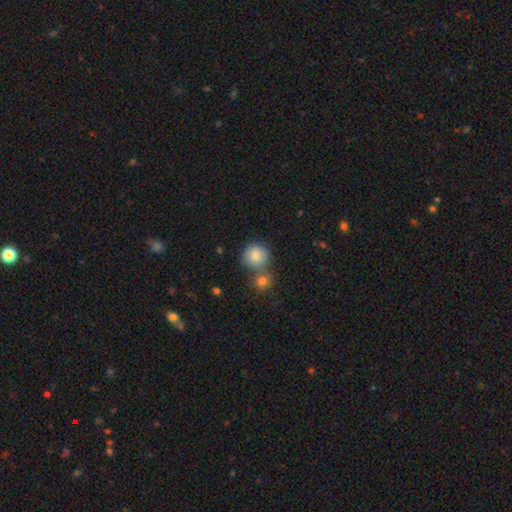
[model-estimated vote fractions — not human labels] smooth-or-featured: smooth: 84% | star or artifact: 9% | featured or disk: 7%
  how-rounded: round: 90% | in between: 9% | cigar-shaped: 1%
  merging: none: 56% | merger: 31% | minor disturbance: 10% | major disturbance: 3%